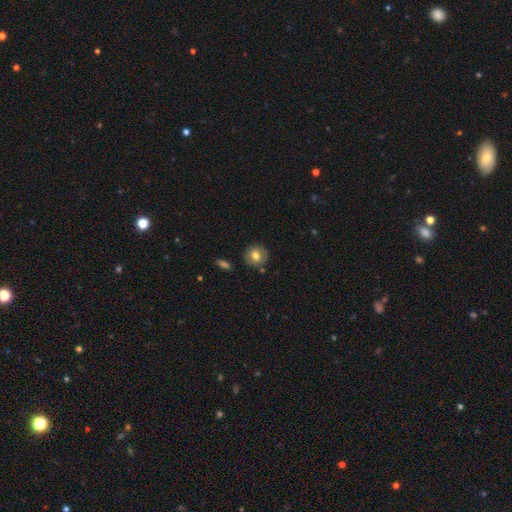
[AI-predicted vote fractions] Overall: smooth (73%). How rounded: round (91%). Merging: none (85%).